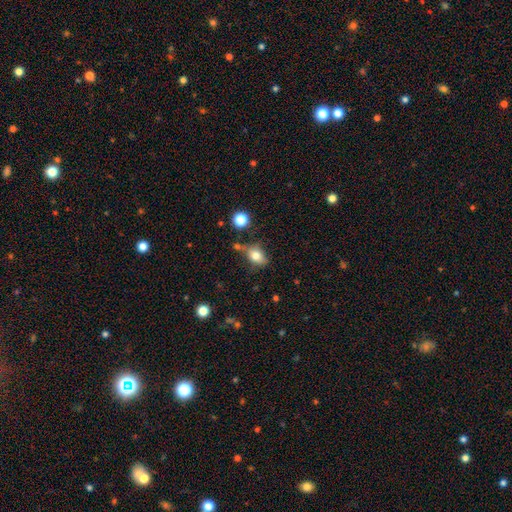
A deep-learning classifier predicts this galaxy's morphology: Smooth or featured? Predicted: smooth (p=0.78). How rounded? Predicted: in between (p=0.76). Merging? Predicted: none (p=0.62).